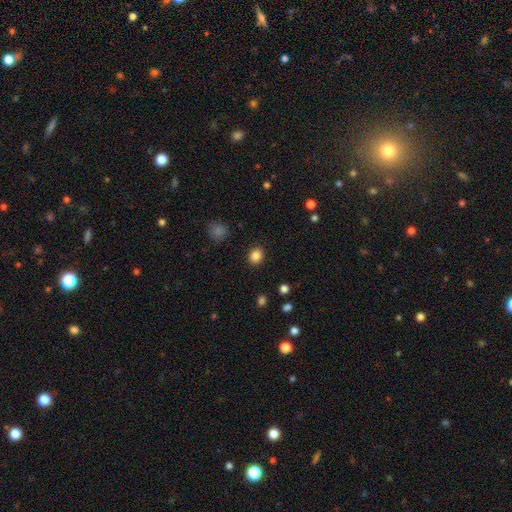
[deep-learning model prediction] A smooth galaxy with no disk features (86%) that is round (69%). Merging: none (90%).